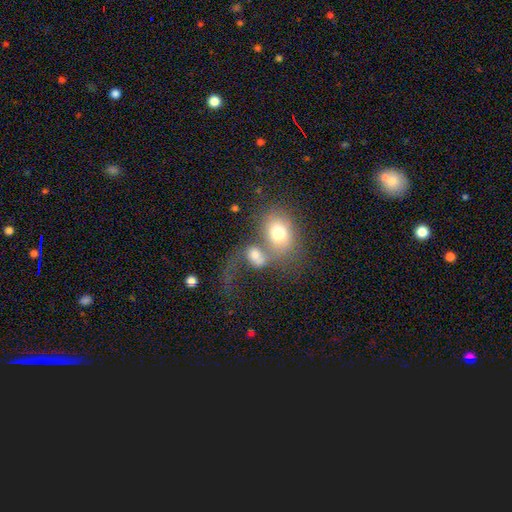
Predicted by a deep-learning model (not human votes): smooth 57%, featured or disk 32%, star or artifact 11%. Down the decision tree: how rounded — in between (65%); merging — merger (62%).